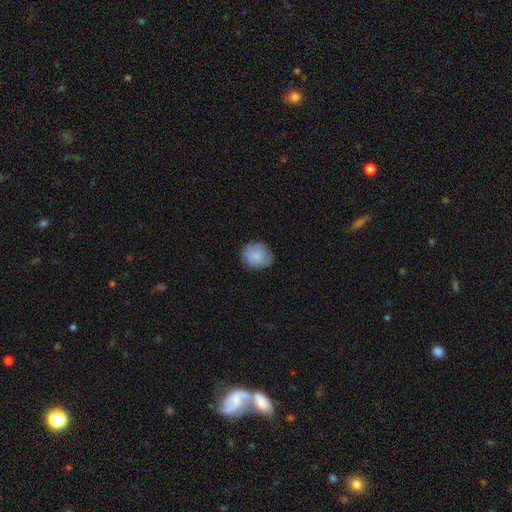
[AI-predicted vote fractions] This is likely a smooth galaxy (76%). How rounded: likely round (71%). Merging: likely none (78%).